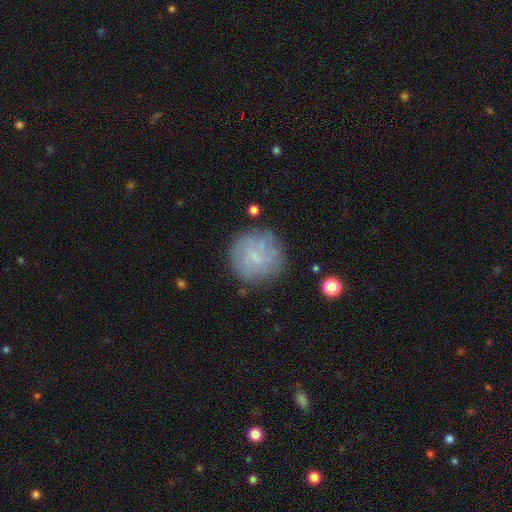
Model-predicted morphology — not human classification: Smooth or featured? smooth (58%)
How rounded? round (92%)
Merging? none (75%)